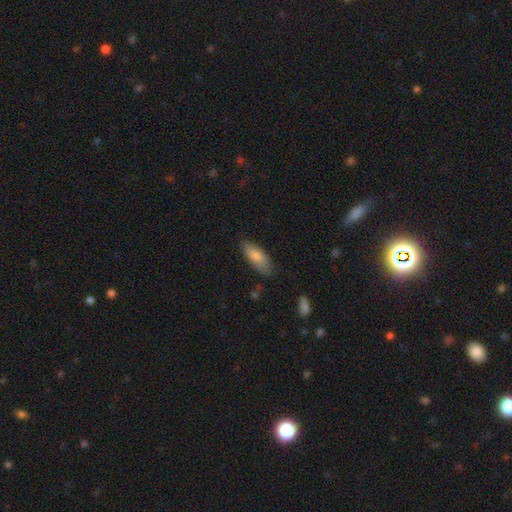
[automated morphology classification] smooth_or_featured: smooth (p=0.80) [alt: featured or disk p=0.14]
how_rounded: in between (p=0.71) [alt: cigar-shaped p=0.27]
merging: none (p=0.74) [alt: minor disturbance p=0.20]